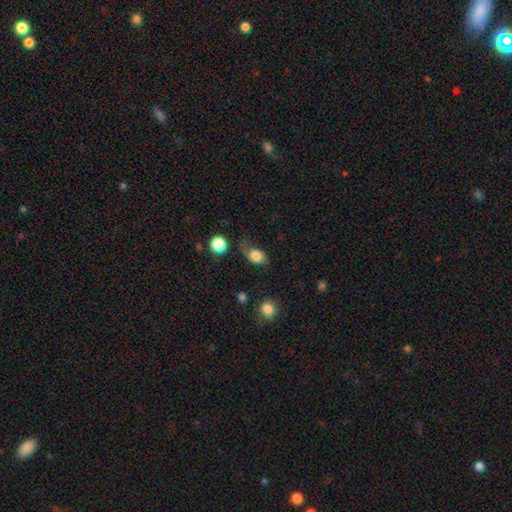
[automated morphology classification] Smooth or featured? Predicted: smooth (p=0.72). How rounded? Predicted: in between (p=0.63). Merging? Predicted: none (p=0.48).